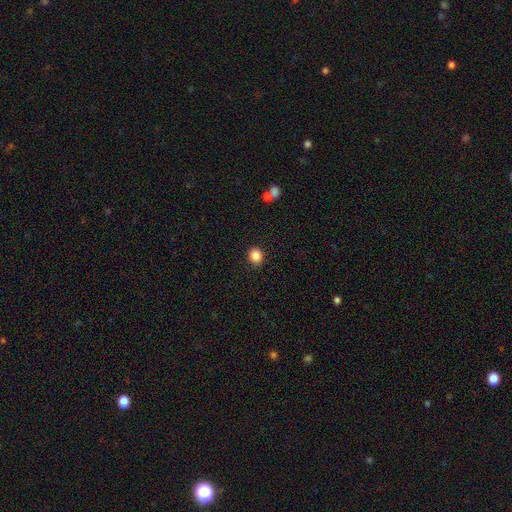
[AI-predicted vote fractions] Morphology: type=smooth (86%); roundness=round (70%); merging=none (91%).